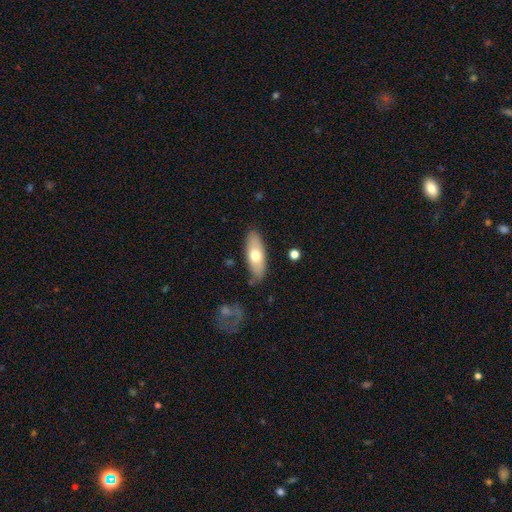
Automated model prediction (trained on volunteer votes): The model was most divided on "smooth or featured": smooth: 63%, featured or disk: 31%, star or artifact: 6%. More confident: merging — none (82%); how rounded — in between (71%).